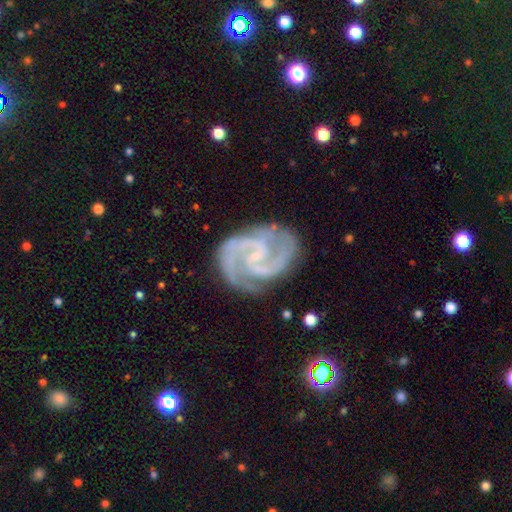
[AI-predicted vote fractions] Q: Smooth or featured?
A: featured or disk (92%); runner-up: star or artifact (5%)
Q: Edge-on disk?
A: no (98%); runner-up: yes (2%)
Q: Bar?
A: weak (48%); runner-up: no (36%)
Q: Spiral arms?
A: yes (98%); runner-up: no (2%)
Q: Spiral winding?
A: medium (57%); runner-up: tight (33%)
Q: Spiral arm count?
A: 2 (79%); runner-up: 3 (10%)
Q: Bulge size?
A: small (69%); runner-up: none (20%)
Q: Merging?
A: none (77%); runner-up: minor disturbance (16%)